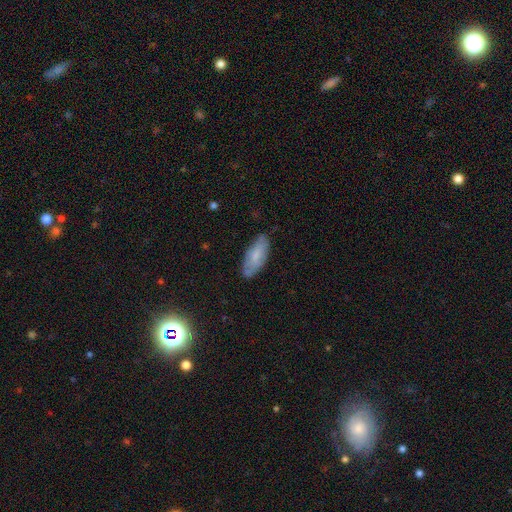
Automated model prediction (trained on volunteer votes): A smooth galaxy with no disk features (70%) that is in between round and cigar-shaped (78%).

Vote fractions:
- Smooth or featured? smooth: 70% / featured or disk: 24% / star or artifact: 7%
- How rounded? in between: 78% / cigar-shaped: 20% / round: 2%
- Merging? none: 74% / minor disturbance: 21% / major disturbance: 4% / merger: 1%